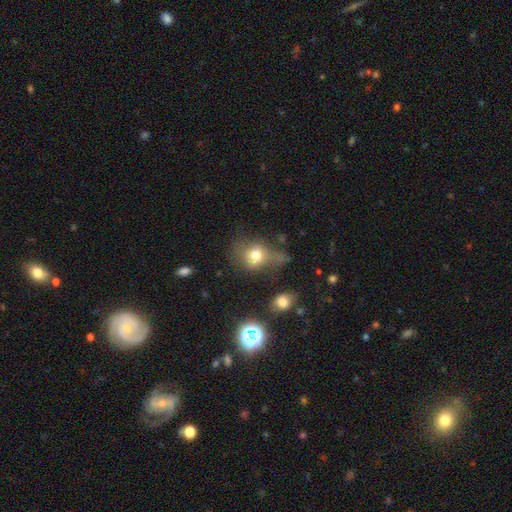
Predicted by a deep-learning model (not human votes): Smooth or featured? Predicted: smooth (p=0.66). How rounded? Predicted: round (p=0.50). Merging? Predicted: none (p=0.36).